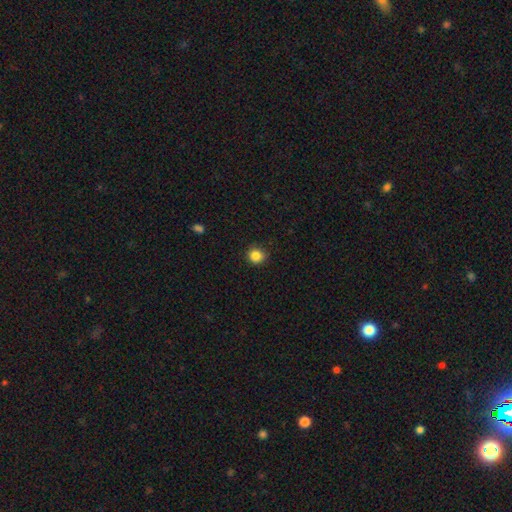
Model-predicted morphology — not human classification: smooth 86%, star or artifact 11%, featured or disk 4%. Down the decision tree: how rounded — round (90%); merging — none (88%).